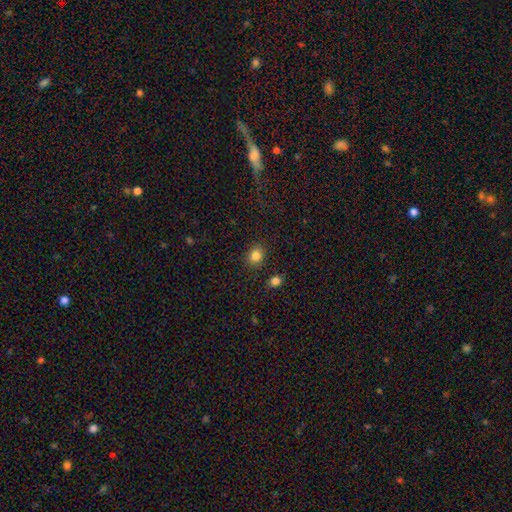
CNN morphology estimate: smooth 84%, star or artifact 11%, featured or disk 5%. Down the decision tree: how rounded — round (64%); merging — none (86%).